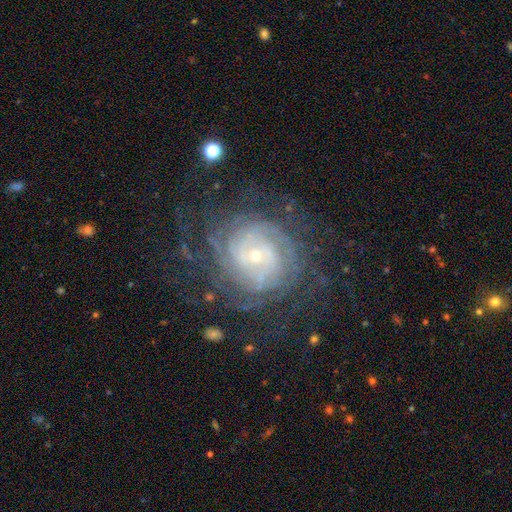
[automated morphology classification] A featured or disk galaxy (85%) with no bar (69%), tight (75%) spiral arms (96%) and a small central bulge (80%). Merging: none (73%).